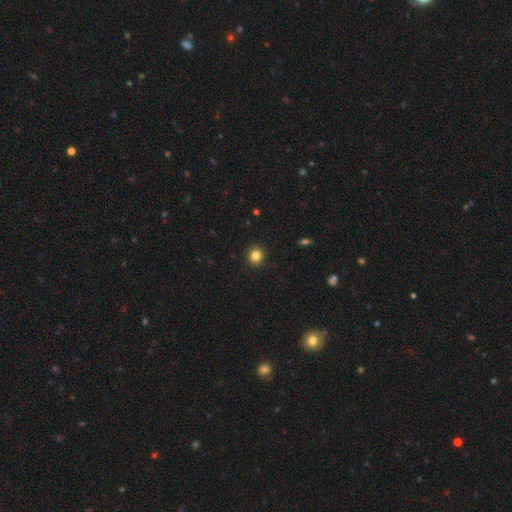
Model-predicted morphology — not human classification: smooth_or_featured: smooth (p=0.84) [alt: star or artifact p=0.11]
how_rounded: round (p=0.88) [alt: in between p=0.12]
merging: none (p=0.92) [alt: minor disturbance p=0.05]